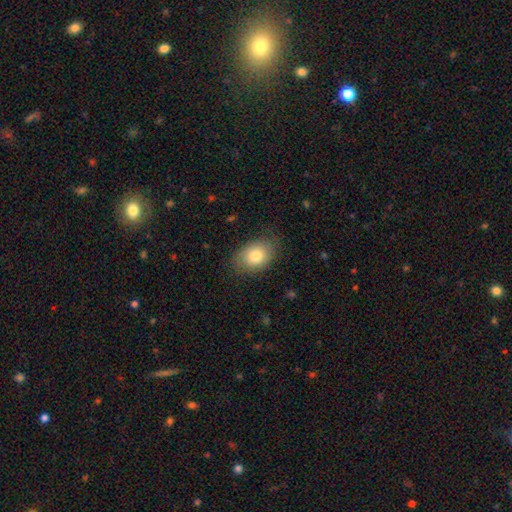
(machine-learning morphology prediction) Overall: smooth (79%). How rounded: in between (76%). Merging: none (78%).